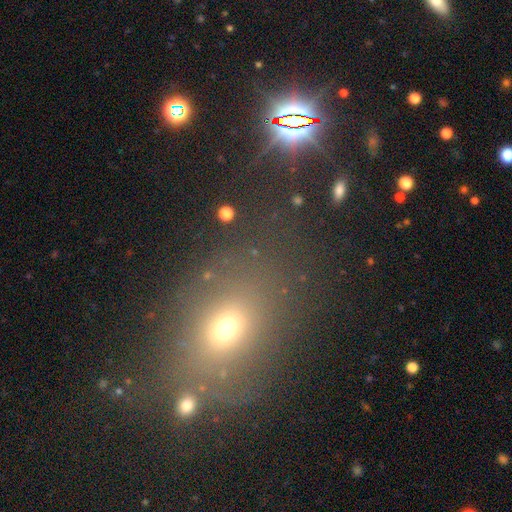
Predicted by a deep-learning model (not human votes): A smooth galaxy with no disk features (53%) that is in between round and cigar-shaped (57%).

Vote fractions:
- Smooth or featured? smooth: 53% / star or artifact: 33% / featured or disk: 14%
- How rounded? in between: 57% / round: 40% / cigar-shaped: 3%
- Merging? none: 74% / minor disturbance: 12% / major disturbance: 7% / merger: 7%